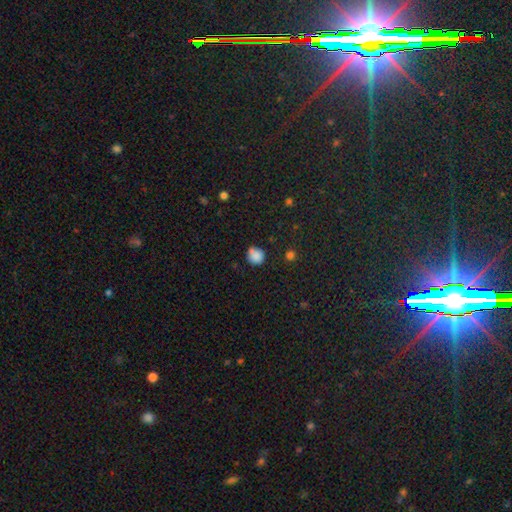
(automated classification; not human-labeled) smooth-or-featured: smooth: 84% | star or artifact: 10% | featured or disk: 6%
  how-rounded: round: 86% | in between: 13% | cigar-shaped: 1%
  merging: none: 67% | minor disturbance: 21% | merger: 7% | major disturbance: 5%